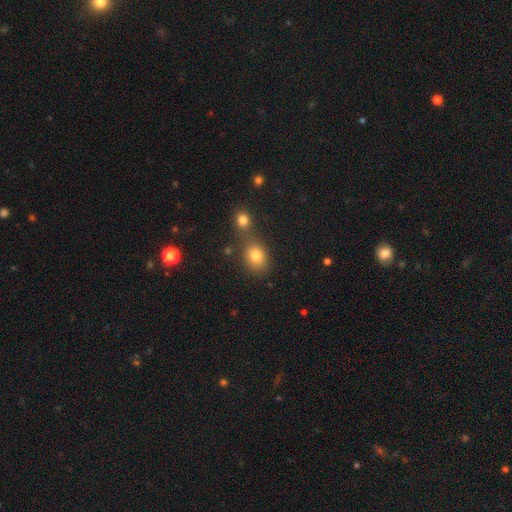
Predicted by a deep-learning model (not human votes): A smooth galaxy with no disk features (79%) that is round (54%). Merging: none (53%).